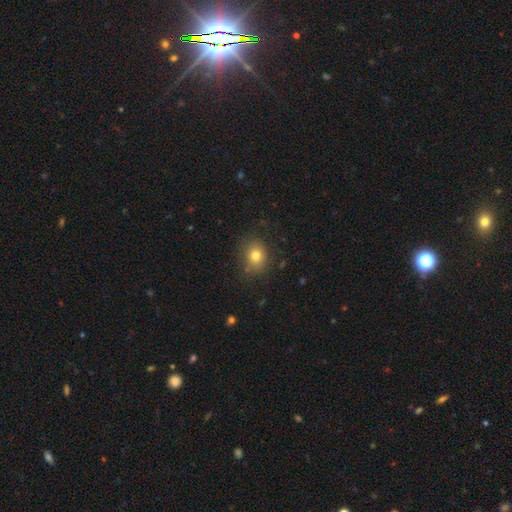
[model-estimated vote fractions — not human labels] smooth_or_featured: smooth (p=0.78) [alt: star or artifact p=0.13]
how_rounded: round (p=0.67) [alt: in between p=0.32]
merging: none (p=0.81) [alt: minor disturbance p=0.13]